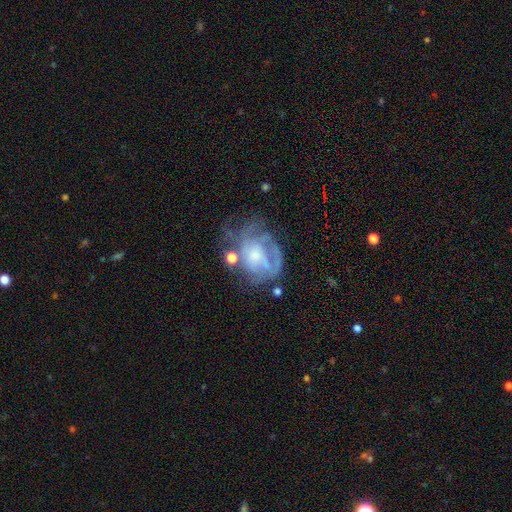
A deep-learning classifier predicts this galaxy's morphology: A featured or disk galaxy (72%) with no bar (70%), tight (45%) spiral arms (73%) and a small central bulge (40%). Merging: none (42%).